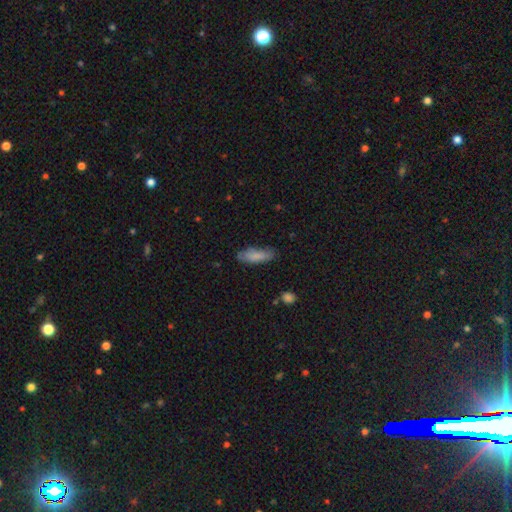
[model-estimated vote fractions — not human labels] A smooth galaxy with no disk features (82%) that is in between round and cigar-shaped (58%). Merging: none (72%).